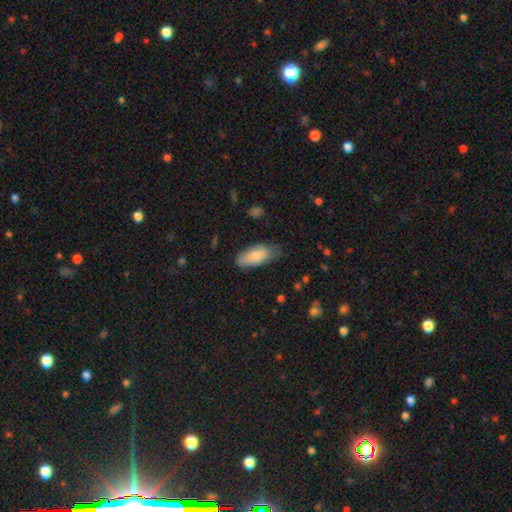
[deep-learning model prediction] The model was most divided on "merging": none: 59%, minor disturbance: 32%, major disturbance: 7%, merger: 2%. More confident: how rounded — in between (86%); smooth or featured — smooth (81%).